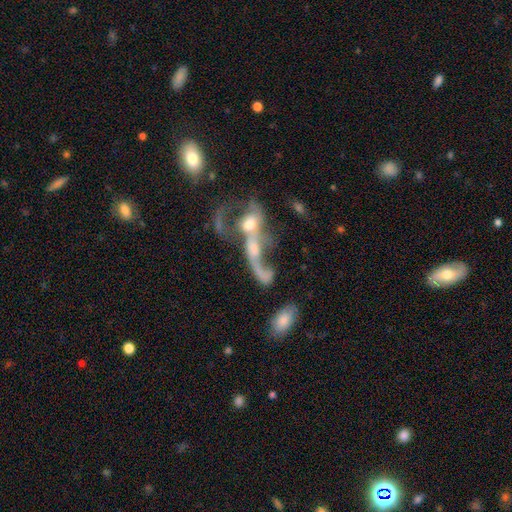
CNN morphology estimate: A featured or disk galaxy (62%) with no bar (69%), spiral arms (55%) and a moderate central bulge (44%).

Vote fractions:
- Smooth or featured? featured or disk: 62% / smooth: 25% / star or artifact: 14%
- Edge-on disk? no: 89% / yes: 11%
- Bar? no: 69% / weak: 22% / strong: 9%
- Spiral arms? yes: 55% / no: 45%
- Bulge size? moderate: 44% / small: 31% / none: 15% / large: 8% / dominant: 3%
- Merging? merger: 67% / major disturbance: 17% / none: 11% / minor disturbance: 6%